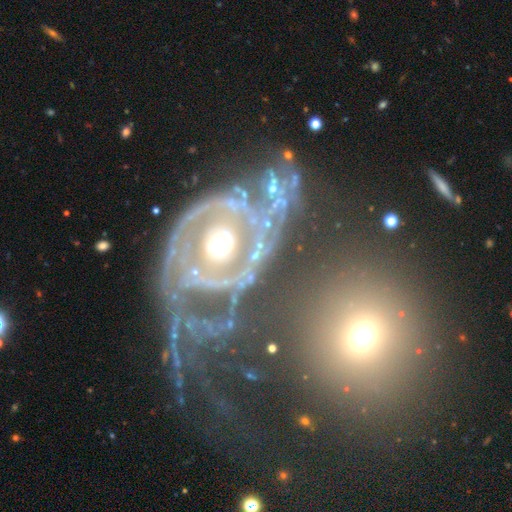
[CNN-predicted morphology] Smooth or featured? featured or disk (80%)
Edge-on disk? no (95%)
Bar? no (75%)
Spiral arms? yes (79%)
Spiral winding? tight (49%)
Spiral arm count? 2 (44%)
Bulge size? moderate (66%)
Merging? none (41%)